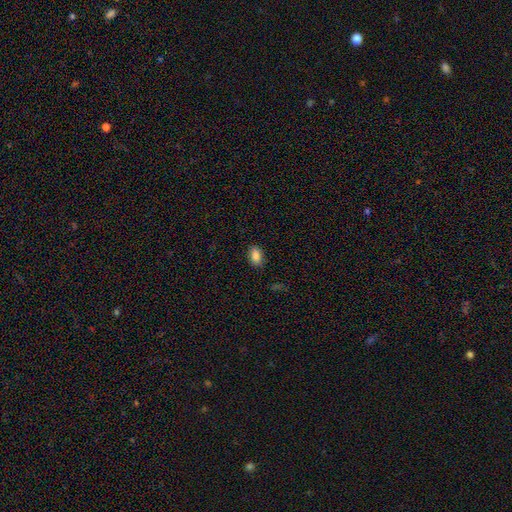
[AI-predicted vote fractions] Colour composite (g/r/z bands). It shows a smooth galaxy with no disk features (85%) that is in between round and cigar-shaped (85%). Merging: none (85%).